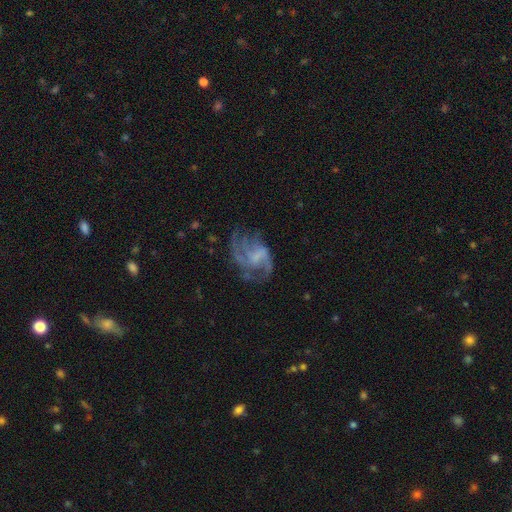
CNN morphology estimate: smooth_or_featured: featured or disk (p=0.78) [alt: smooth p=0.13]
disk_edge_on: no (p=0.98) [alt: yes p=0.02]
bar: no (p=0.45) [alt: weak p=0.42]
has_spiral_arms: yes (p=0.88) [alt: no p=0.12]
spiral_winding: medium (p=0.45) [alt: loose p=0.33]
spiral_arm_count: 3 (p=0.30) [alt: can't tell p=0.24]
bulge_size: none (p=0.55) [alt: small p=0.22]
merging: none (p=0.51) [alt: major disturbance p=0.27]